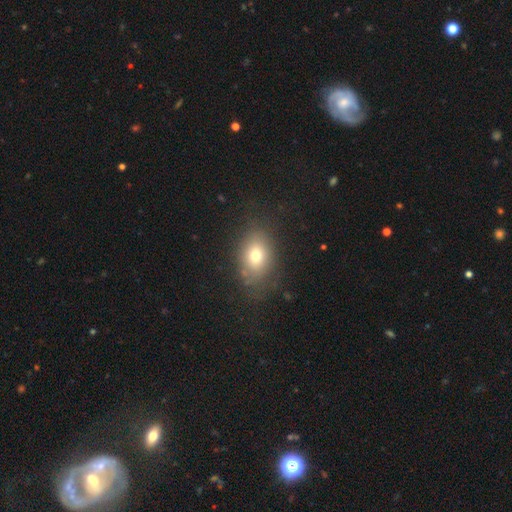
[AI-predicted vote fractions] smooth 72%, featured or disk 17%, star or artifact 11%. Down the decision tree: how rounded — in between (82%); merging — none (74%).